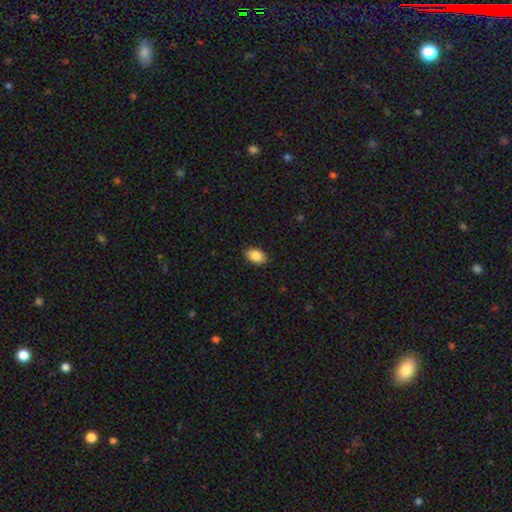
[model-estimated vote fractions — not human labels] This appears to be a smooth galaxy with no disk features (86%) that is in between round and cigar-shaped (88%). Merging: none (89%).